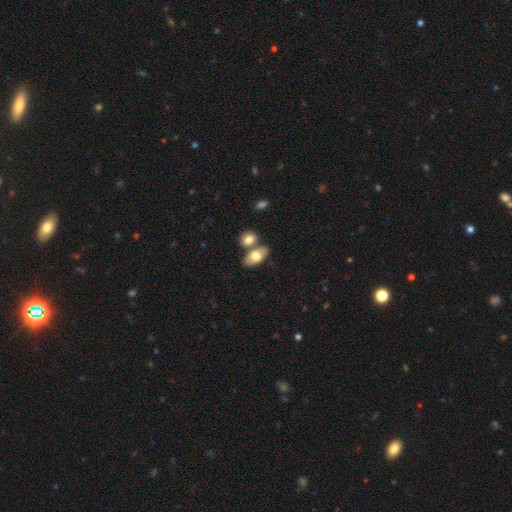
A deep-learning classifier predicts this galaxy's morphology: smooth_or_featured: smooth (p=0.74) [alt: featured or disk p=0.20]
how_rounded: in between (p=0.90) [alt: round p=0.07]
merging: none (p=0.50) [alt: merger p=0.36]